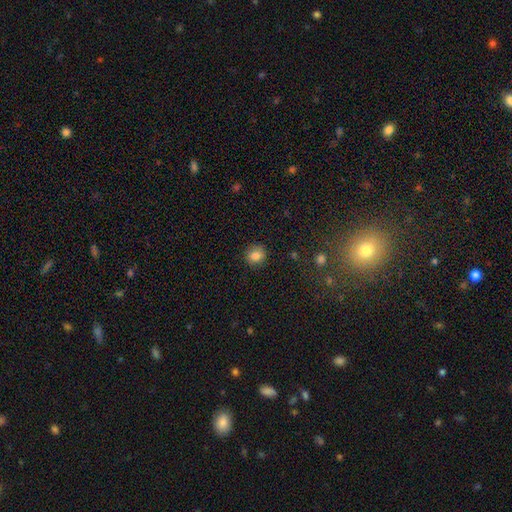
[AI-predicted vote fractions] Morphology: type=smooth (83%); roundness=round (84%); merging=none (89%).